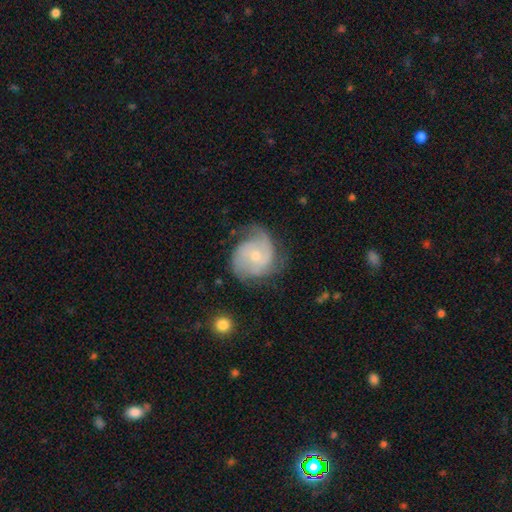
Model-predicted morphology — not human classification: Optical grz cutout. It shows a featured or disk galaxy (78%) with no bar (68%), 2 (51%) tight (42%) spiral arms (93%) and a small central bulge (53%). Merging: none (57%).